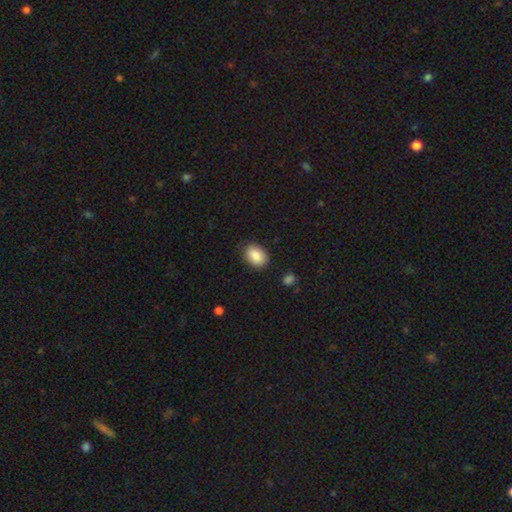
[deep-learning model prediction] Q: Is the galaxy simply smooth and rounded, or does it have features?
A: smooth — 87%.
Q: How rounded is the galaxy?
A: in between — 78%.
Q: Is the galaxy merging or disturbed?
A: none — 85%.